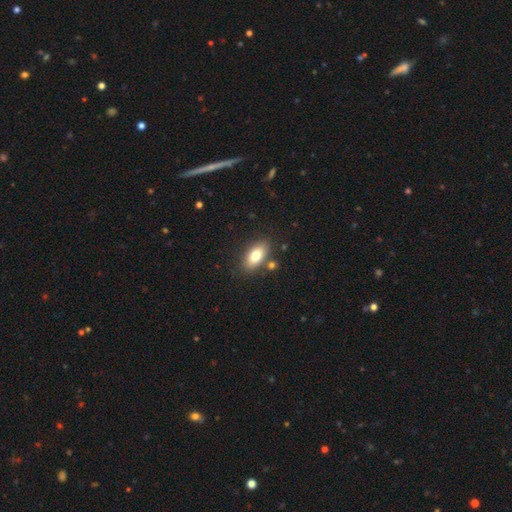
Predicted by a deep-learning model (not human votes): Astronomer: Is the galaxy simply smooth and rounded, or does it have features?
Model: smooth — 80%.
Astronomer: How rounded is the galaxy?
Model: in between — 89%.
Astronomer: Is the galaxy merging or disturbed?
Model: none — 81%.